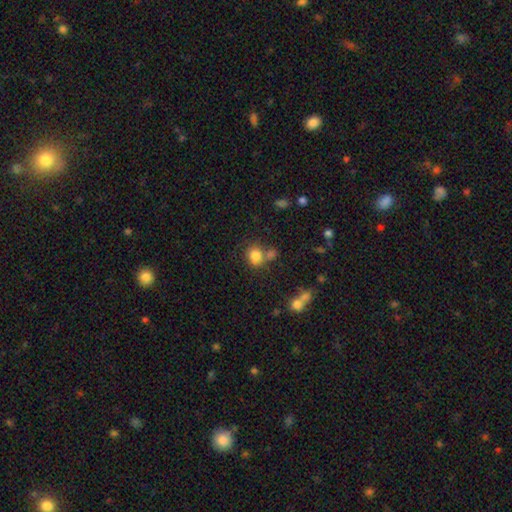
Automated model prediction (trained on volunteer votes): A smooth galaxy with no disk features (80%) that is round (67%). Merging: none (56%).